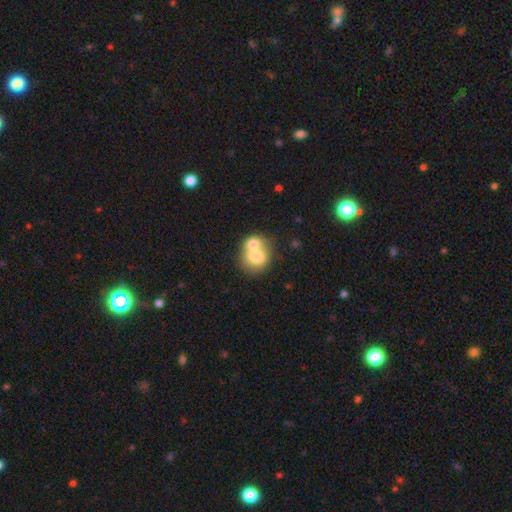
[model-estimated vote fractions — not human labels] A smooth galaxy with no disk features (72%) that is round (64%). Merging: merger (66%).